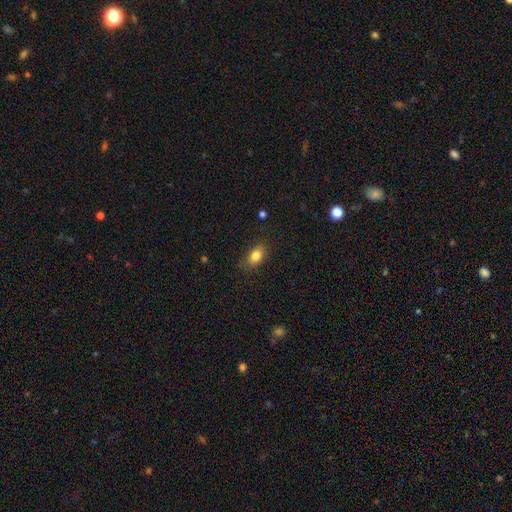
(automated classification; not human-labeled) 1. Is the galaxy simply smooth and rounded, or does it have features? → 83% smooth, 9% star or artifact, 9% featured or disk.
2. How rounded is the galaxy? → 82% in between, 15% round, 4% cigar-shaped.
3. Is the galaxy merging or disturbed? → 82% none, 14% minor disturbance, 3% major disturbance, 1% merger.